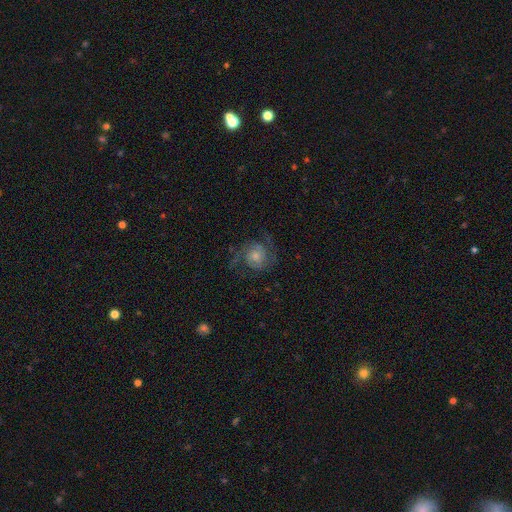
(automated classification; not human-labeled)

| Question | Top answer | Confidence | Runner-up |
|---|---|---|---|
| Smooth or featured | featured or disk | 78% | smooth (12%) |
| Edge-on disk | no | 98% | yes (2%) |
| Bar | no | 72% | weak (24%) |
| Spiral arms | yes | 96% | no (4%) |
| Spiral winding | medium | 50% | tight (31%) |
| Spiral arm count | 2 | 81% | can't tell (7%) |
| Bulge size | moderate | 47% | small (39%) |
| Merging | none | 74% | minor disturbance (14%) |